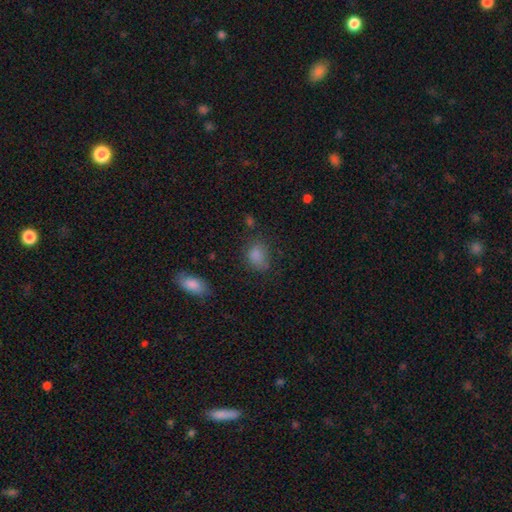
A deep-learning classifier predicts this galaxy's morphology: The model was most divided on "how rounded": in between: 62%, round: 36%, cigar-shaped: 2%. More confident: smooth or featured — smooth (80%); merging — none (68%).